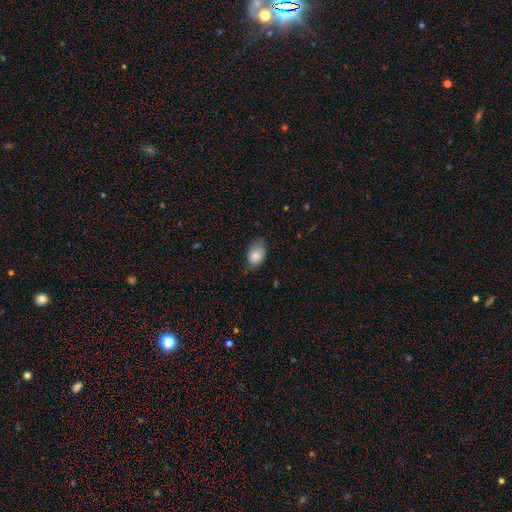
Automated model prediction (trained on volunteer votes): A smooth galaxy with no disk features (80%) that is in between round and cigar-shaped (78%). Merging: none (58%).